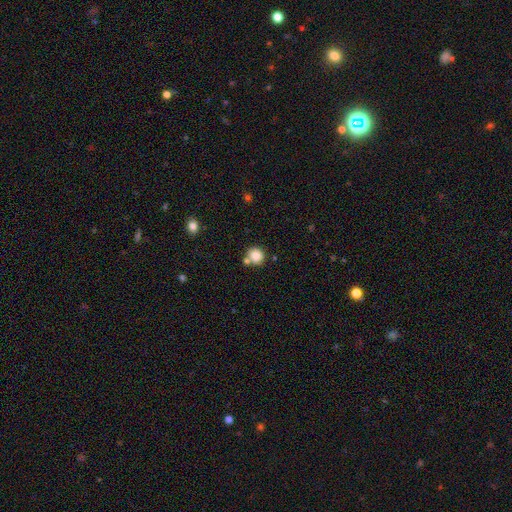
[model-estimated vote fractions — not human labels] A smooth galaxy with no disk features (85%) that is round (89%). Merging: none (69%).